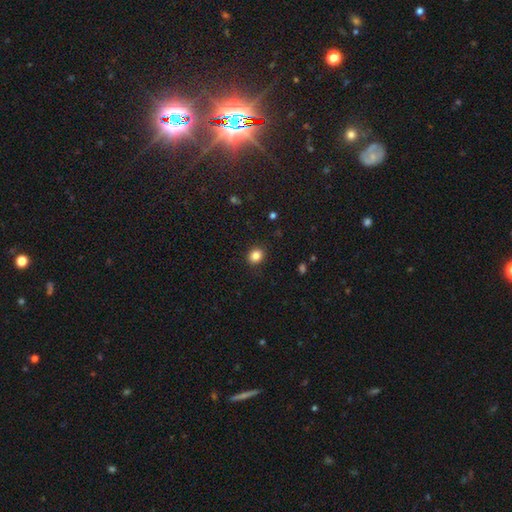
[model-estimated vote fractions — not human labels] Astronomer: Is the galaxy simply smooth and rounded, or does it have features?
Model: smooth — 85%.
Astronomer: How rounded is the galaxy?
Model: round — 60% (runner-up: in between, 39%).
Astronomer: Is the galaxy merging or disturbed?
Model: none — 89%.